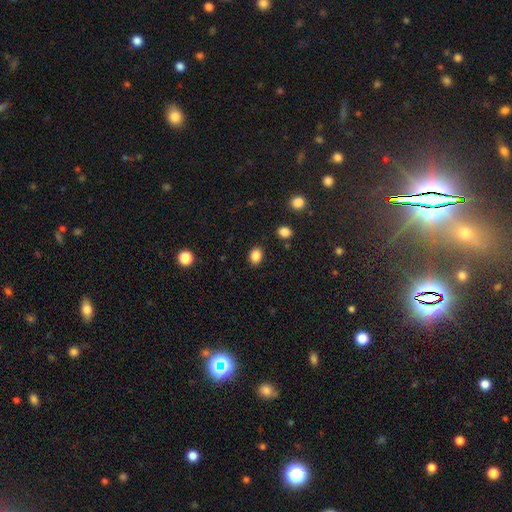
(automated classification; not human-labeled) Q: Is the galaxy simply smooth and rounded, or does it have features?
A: smooth — 86%.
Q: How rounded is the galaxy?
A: in between — 58%.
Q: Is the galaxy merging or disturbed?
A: none — 87%.